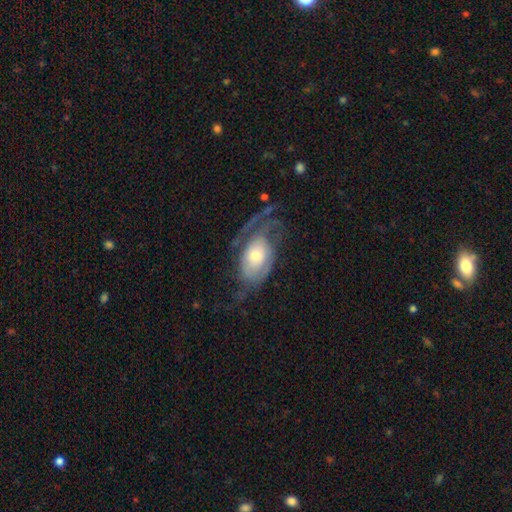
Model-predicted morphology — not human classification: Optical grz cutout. It shows a featured or disk galaxy (71%) with no bar (72%), 2 (46%) medium (38%) spiral arms (83%) and a moderate central bulge (56%). Merging: none (40%).